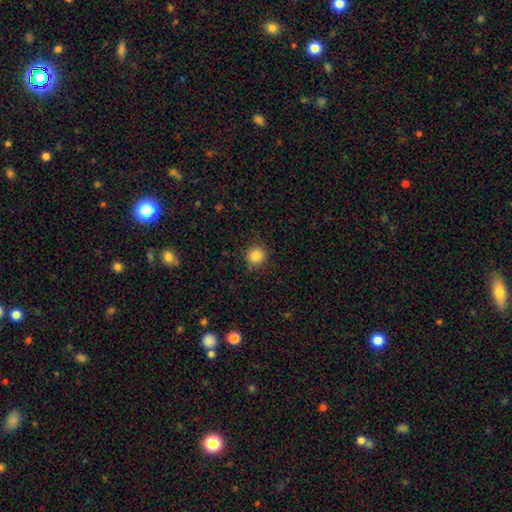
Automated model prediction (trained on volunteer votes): The model was most divided on "smooth or featured": smooth: 86%, star or artifact: 10%, featured or disk: 4%. More confident: how rounded — round (92%); merging — none (88%).